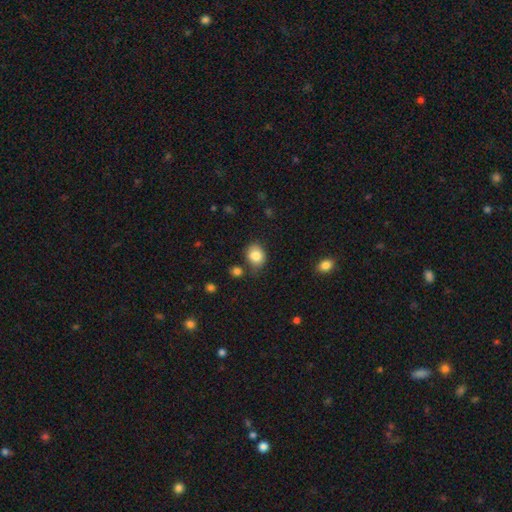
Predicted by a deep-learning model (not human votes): Smooth or featured: smooth — 84% (star or artifact — 9%)
How rounded: round — 55% (in between — 44%)
Merging: none — 72% (minor disturbance — 18%)